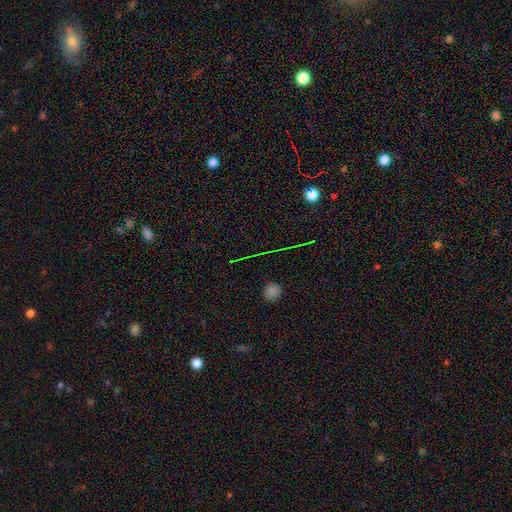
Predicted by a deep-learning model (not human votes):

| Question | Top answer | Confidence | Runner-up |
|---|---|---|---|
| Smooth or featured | star or artifact | 63% | smooth (26%) |